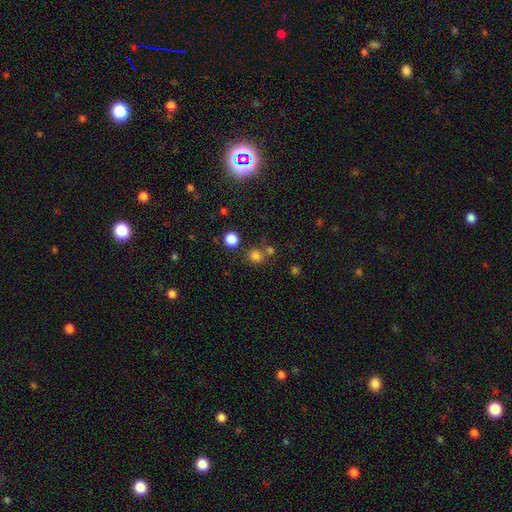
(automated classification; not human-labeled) This appears to be a smooth galaxy with no disk features (77%) that is round (87%). Merging: none (66%).